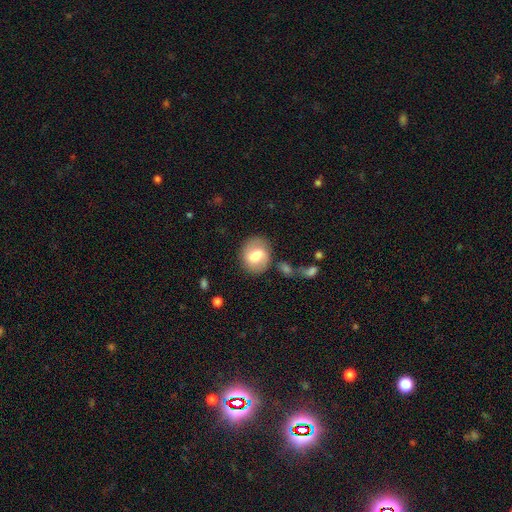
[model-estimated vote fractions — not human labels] Overall: smooth (60%; featured or disk 33%). How rounded: round (61%; in between 38%). Merging: none (75%).